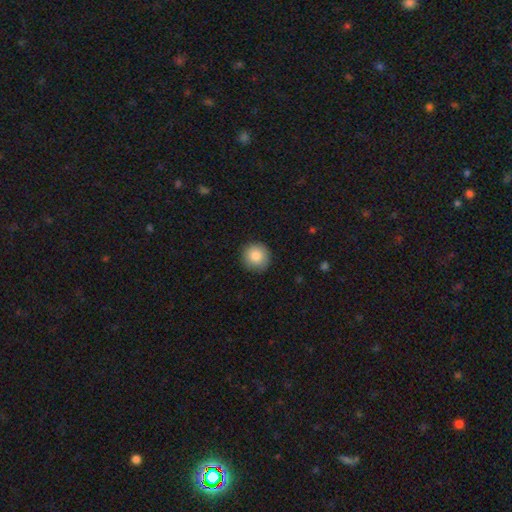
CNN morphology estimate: smooth_or_featured: smooth (p=0.85) [alt: star or artifact p=0.08]
how_rounded: round (p=0.94) [alt: in between p=0.05]
merging: none (p=0.89) [alt: minor disturbance p=0.08]